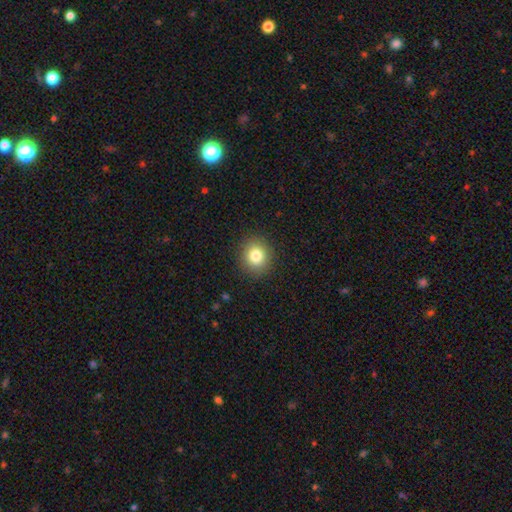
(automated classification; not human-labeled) The model was most divided on "how rounded": round: 83%, in between: 16%, cigar-shaped: 1%. More confident: merging — none (90%); smooth or featured — smooth (82%).